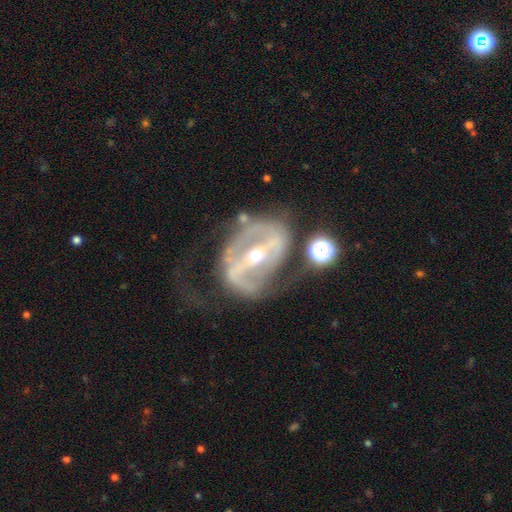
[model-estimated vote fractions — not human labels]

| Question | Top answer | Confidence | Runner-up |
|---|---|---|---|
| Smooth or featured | featured or disk | 86% | smooth (8%) |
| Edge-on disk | no | 94% | yes (6%) |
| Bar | strong | 70% | weak (19%) |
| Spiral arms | yes | 75% | no (25%) |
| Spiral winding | medium | 44% | tight (28%) |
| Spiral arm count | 2 | 77% | can't tell (12%) |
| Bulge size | small | 53% | moderate (43%) |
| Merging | none | 46% | major disturbance (28%) |